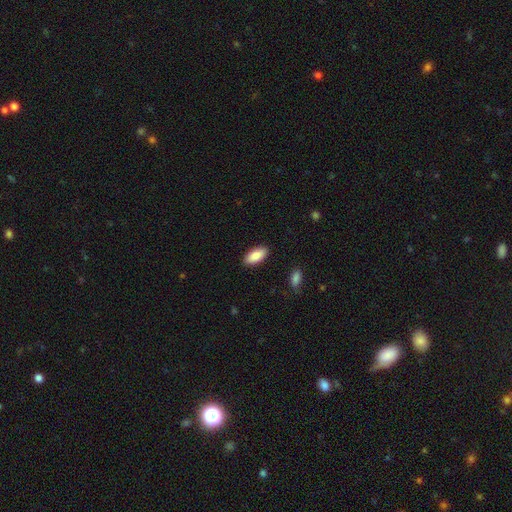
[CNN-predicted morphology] Smooth or featured? Predicted: smooth (p=0.87). How rounded? Predicted: in between (p=0.87). Merging? Predicted: none (p=0.89).